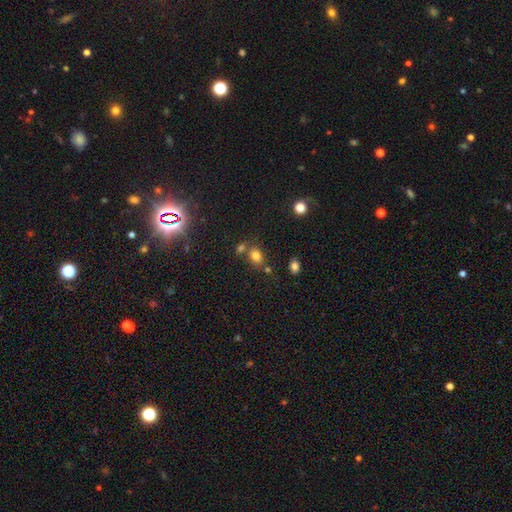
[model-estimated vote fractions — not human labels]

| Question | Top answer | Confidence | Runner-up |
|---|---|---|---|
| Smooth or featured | smooth | 78% | star or artifact (15%) |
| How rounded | in between | 58% | round (41%) |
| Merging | none | 62% | merger (21%) |